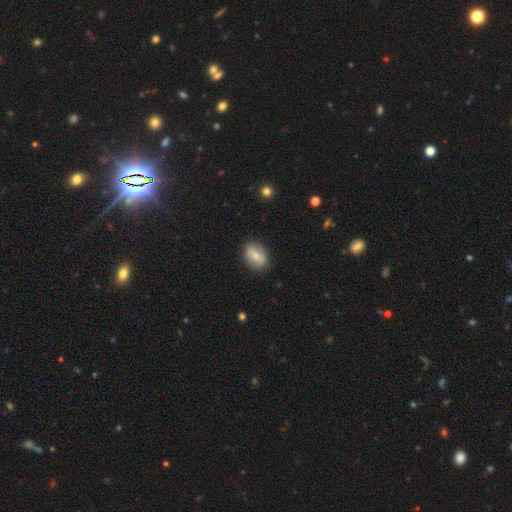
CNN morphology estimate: Smooth or featured? Predicted: smooth (p=0.73). How rounded? Predicted: in between (p=0.78). Merging? Predicted: none (p=0.86).